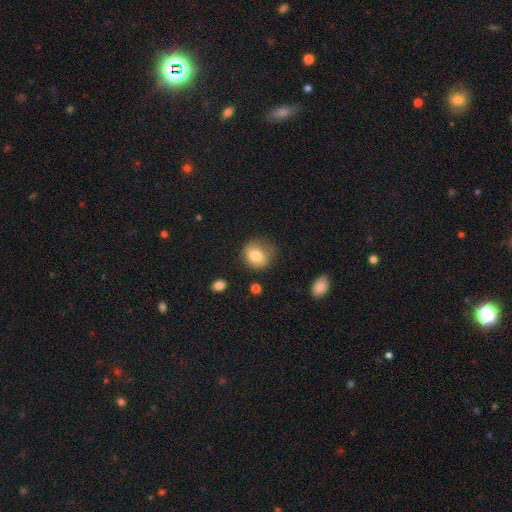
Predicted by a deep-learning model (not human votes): Smooth or featured? smooth (78%)
How rounded? round (75%)
Merging? none (65%)